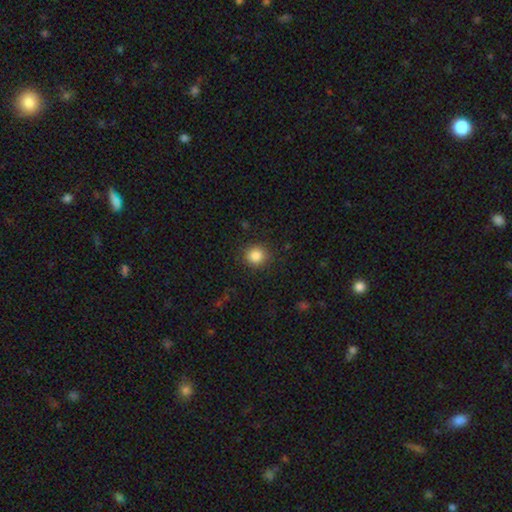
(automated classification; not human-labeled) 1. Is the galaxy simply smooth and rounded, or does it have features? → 86% smooth, 10% star or artifact, 4% featured or disk.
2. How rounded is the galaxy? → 88% round, 11% in between, 1% cigar-shaped.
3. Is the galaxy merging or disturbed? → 89% none, 7% minor disturbance, 3% major disturbance, 1% merger.